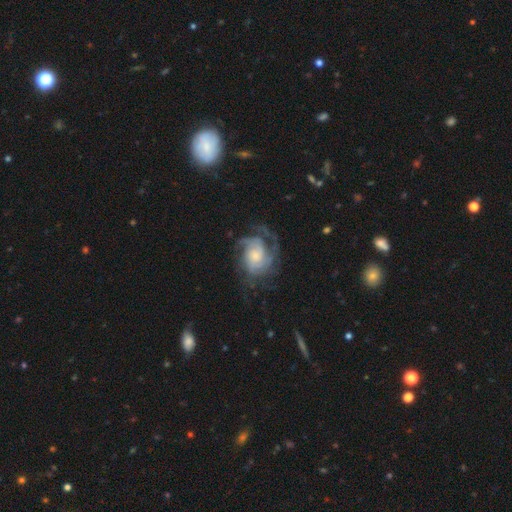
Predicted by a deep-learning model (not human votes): Smooth or featured: featured or disk — 86% (smooth — 9%)
Edge-on disk: no — 98% (yes — 2%)
Bar: no — 69% (weak — 26%)
Spiral arms: yes — 96% (no — 4%)
Spiral winding: tight — 46% (medium — 40%)
Spiral arm count: 3 — 29% (2 — 24%)
Bulge size: small — 46% (moderate — 32%)
Merging: none — 62% (major disturbance — 19%)